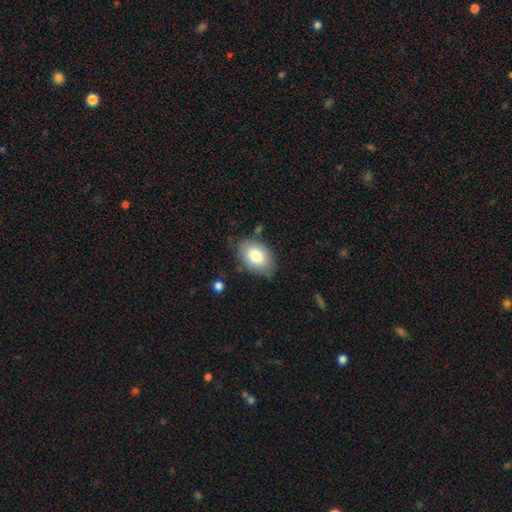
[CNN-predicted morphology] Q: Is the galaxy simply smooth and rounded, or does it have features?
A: smooth — 81%.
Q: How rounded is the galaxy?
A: in between — 89%.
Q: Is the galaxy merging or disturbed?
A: none — 75%.